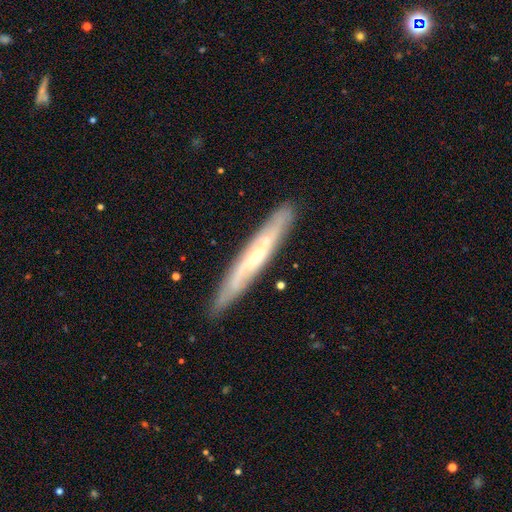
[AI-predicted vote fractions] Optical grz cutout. It shows a featured or disk galaxy (69%) viewed edge-on (67%). Merging: none (85%).